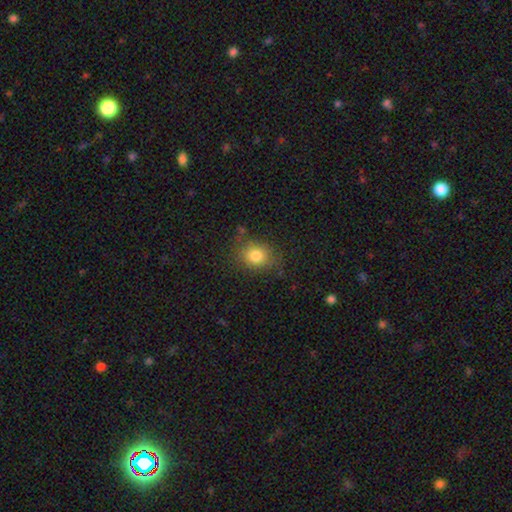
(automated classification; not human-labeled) smooth 81%, star or artifact 11%, featured or disk 8%. Down the decision tree: how rounded — round (64%); merging — none (76%).